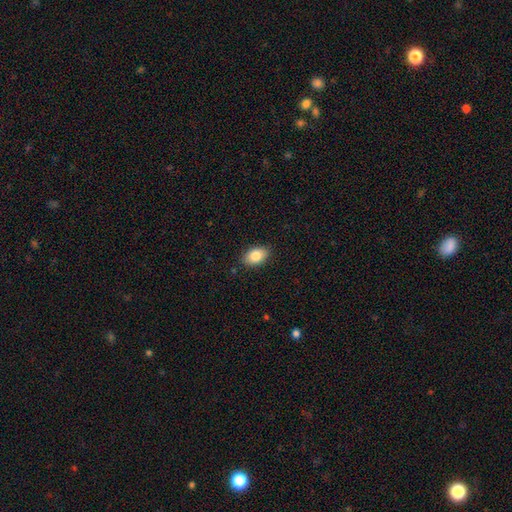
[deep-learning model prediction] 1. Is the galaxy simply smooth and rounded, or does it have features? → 84% smooth, 8% featured or disk, 7% star or artifact.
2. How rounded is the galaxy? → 89% in between, 9% round, 2% cigar-shaped.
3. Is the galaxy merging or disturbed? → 87% none, 10% minor disturbance, 2% major disturbance, 1% merger.